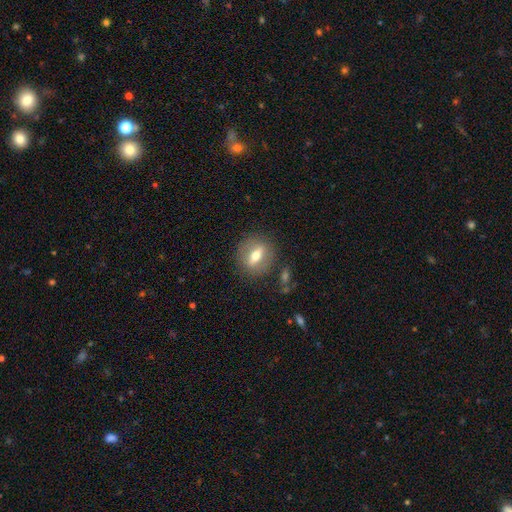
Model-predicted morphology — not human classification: Smooth or featured?
  - smooth: 46% *
  - featured or disk: 45%
  - star or artifact: 8%
Merging?
  - none: 85% *
  - minor disturbance: 9%
  - major disturbance: 4%
  - merger: 2%